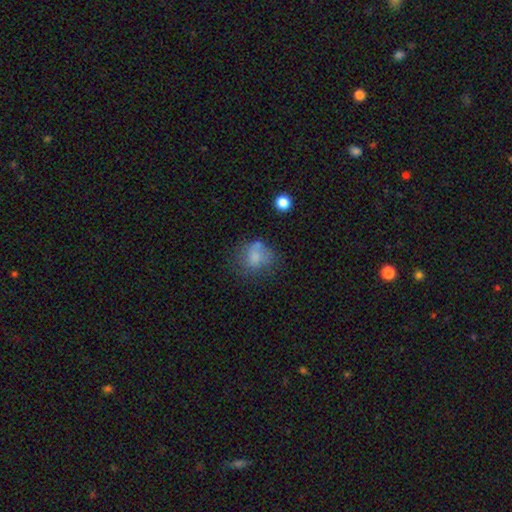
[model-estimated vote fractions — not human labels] This appears to be a smooth galaxy with no disk features (69%) that is round (63%). Merging: none (46%).